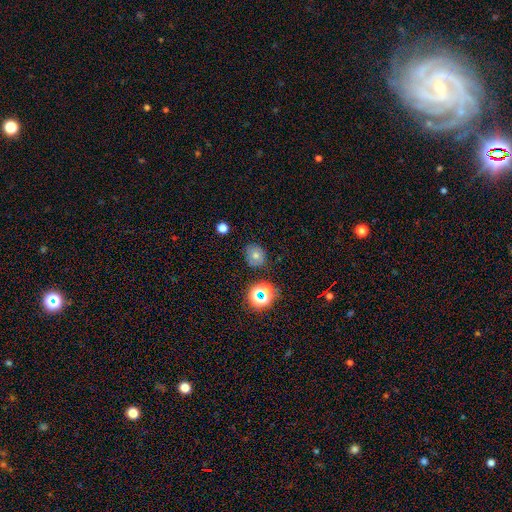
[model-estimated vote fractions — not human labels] smooth 62%, star or artifact 21%, featured or disk 17%. Down the decision tree: how rounded — round (73%); merging — none (76%).